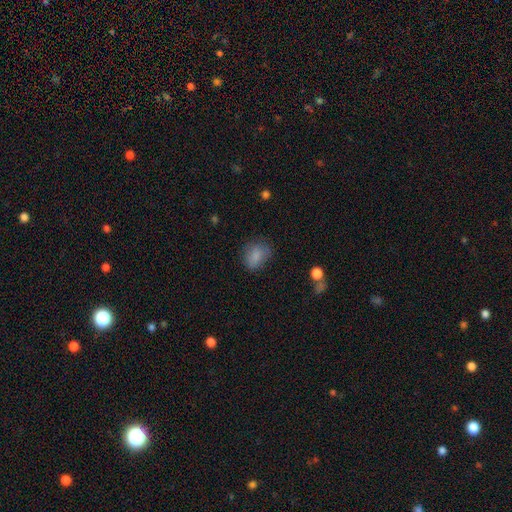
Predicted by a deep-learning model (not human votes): smooth_or_featured: smooth (p=0.82) [alt: star or artifact p=0.10]
how_rounded: in between (p=0.62) [alt: round p=0.37]
merging: none (p=0.70) [alt: minor disturbance p=0.21]